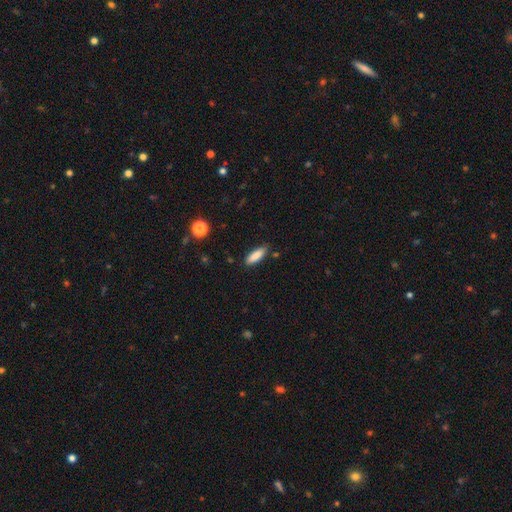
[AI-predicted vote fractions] Smooth or featured? smooth (86%)
How rounded? in between (53%)
Merging? none (83%)